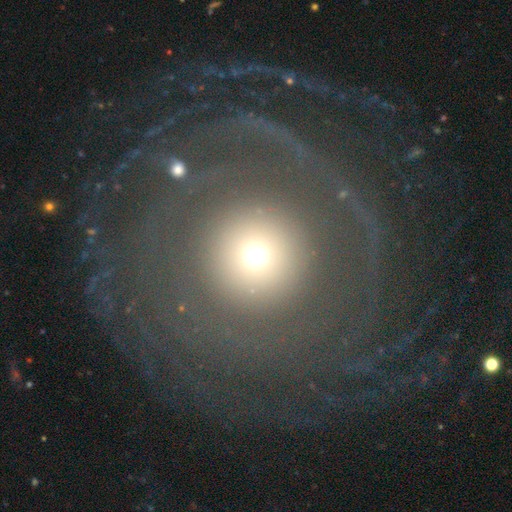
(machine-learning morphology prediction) Overall: smooth (55%; featured or disk 25%). How rounded: round (94%). Merging: none (68%).